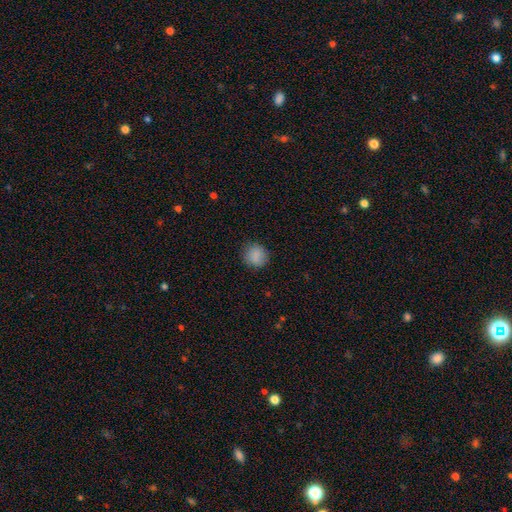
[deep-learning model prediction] Overall: smooth (87%). How rounded: round (86%). Merging: none (85%).